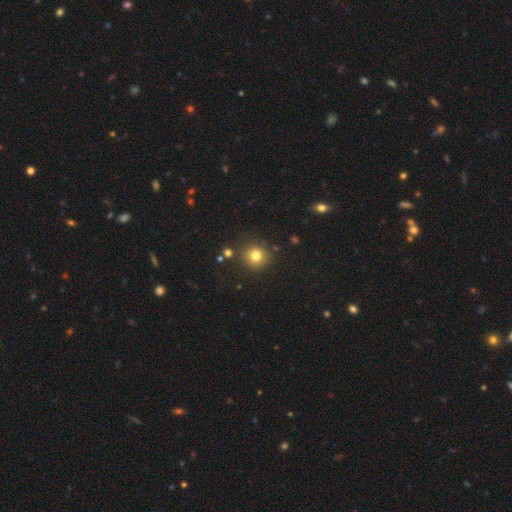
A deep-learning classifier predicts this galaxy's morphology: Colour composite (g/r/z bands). It shows a smooth galaxy with no disk features (79%) that is round (93%). Merging: none (86%).